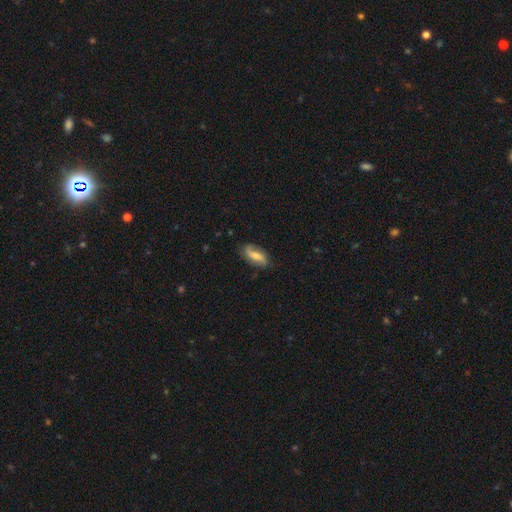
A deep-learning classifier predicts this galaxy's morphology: smooth_or_featured: featured or disk (p=0.51) [alt: smooth p=0.42]
disk_edge_on: no (p=0.88) [alt: yes p=0.12]
merging: none (p=0.77) [alt: minor disturbance p=0.17]